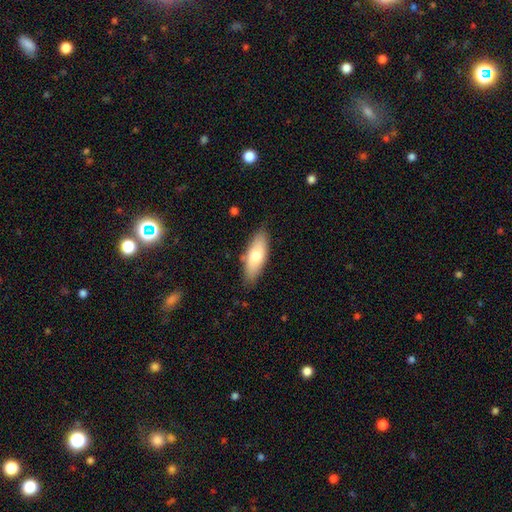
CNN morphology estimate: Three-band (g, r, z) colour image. It shows a smooth galaxy with no disk features (70%) that is in between round and cigar-shaped (73%). Merging: none (82%).